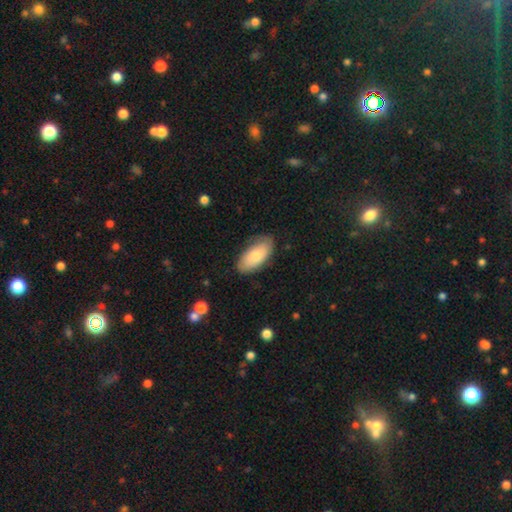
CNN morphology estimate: A smooth galaxy with no disk features (69%) that is in between round and cigar-shaped (93%).

Vote fractions:
- Smooth or featured? smooth: 69% / featured or disk: 26% / star or artifact: 5%
- How rounded? in between: 93% / cigar-shaped: 5% / round: 2%
- Merging? none: 77% / minor disturbance: 18% / major disturbance: 4% / merger: 1%